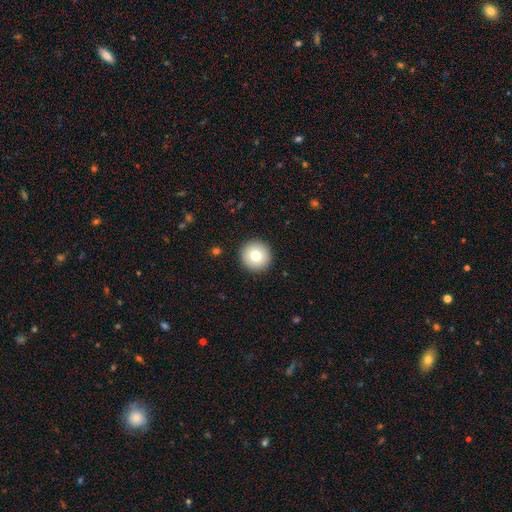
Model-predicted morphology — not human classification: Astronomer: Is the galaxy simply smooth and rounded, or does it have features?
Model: smooth — 76%.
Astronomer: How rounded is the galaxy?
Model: round — 96%.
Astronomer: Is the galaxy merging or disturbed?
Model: none — 93%.